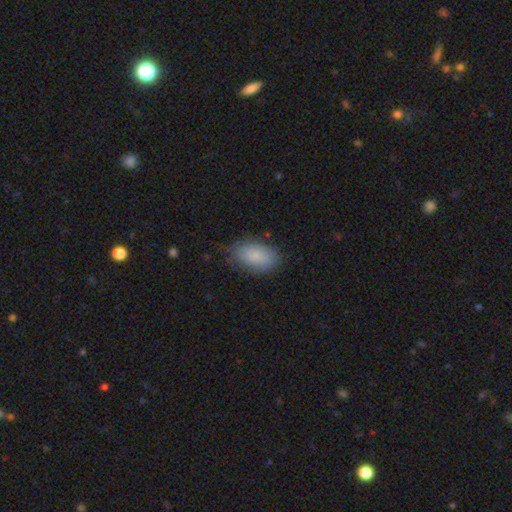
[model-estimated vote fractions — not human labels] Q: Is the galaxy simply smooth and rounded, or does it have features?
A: smooth — 81%.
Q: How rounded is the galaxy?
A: in between — 92%.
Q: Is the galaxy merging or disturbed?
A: none — 72%.